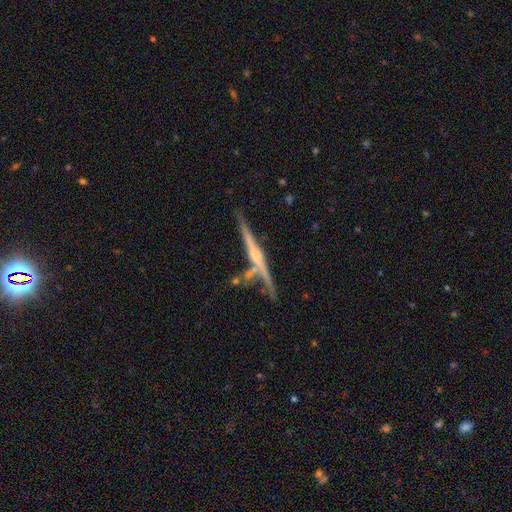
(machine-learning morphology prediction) Smooth or featured: featured or disk — 77% (smooth — 16%)
Edge-on disk: yes — 97% (no — 3%)
Edge-on bulge: rounded — 64% (none — 24%)
Merging: none — 64% (minor disturbance — 16%)